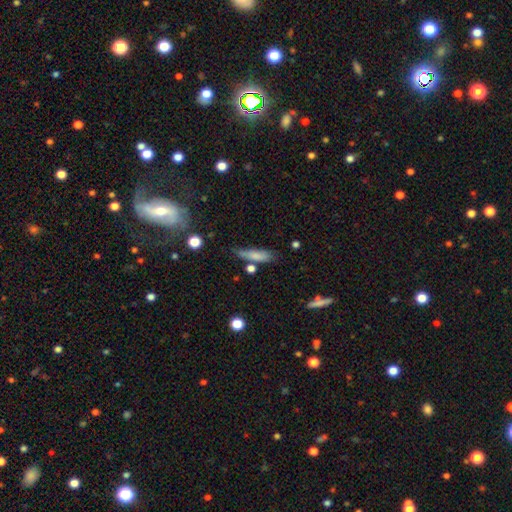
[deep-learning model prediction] smooth 78%, featured or disk 14%, star or artifact 8%. Down the decision tree: how rounded — cigar-shaped (66%); merging — none (59%).